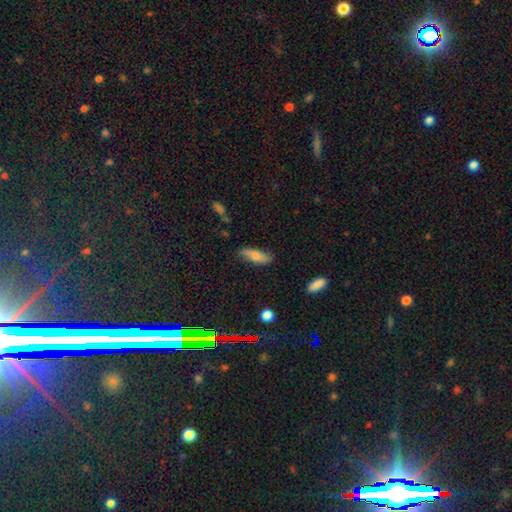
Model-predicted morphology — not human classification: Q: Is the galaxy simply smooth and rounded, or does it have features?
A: smooth — 71%.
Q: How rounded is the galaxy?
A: in between — 57%.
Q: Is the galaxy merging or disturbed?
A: none — 72%.